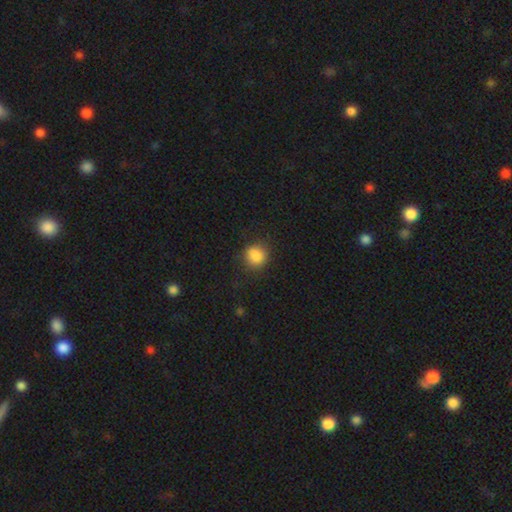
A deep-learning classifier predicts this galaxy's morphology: smooth-or-featured: smooth: 86% | star or artifact: 10% | featured or disk: 4%
  how-rounded: round: 81% | in between: 18% | cigar-shaped: 1%
  merging: none: 79% | minor disturbance: 15% | major disturbance: 5% | merger: 1%